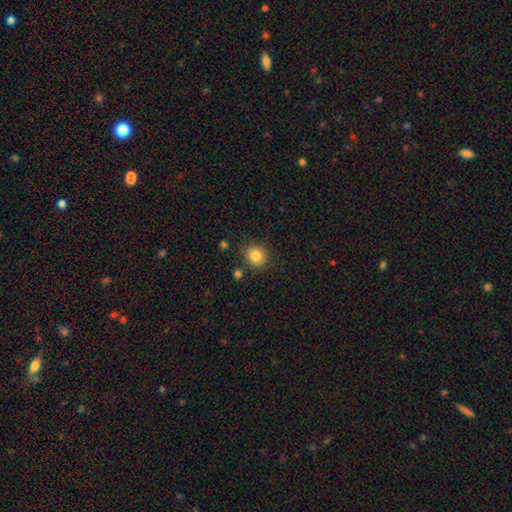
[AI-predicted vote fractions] Q: Smooth or featured?
A: smooth (84%); runner-up: star or artifact (11%)
Q: How rounded?
A: round (86%); runner-up: in between (13%)
Q: Merging?
A: none (85%); runner-up: minor disturbance (9%)